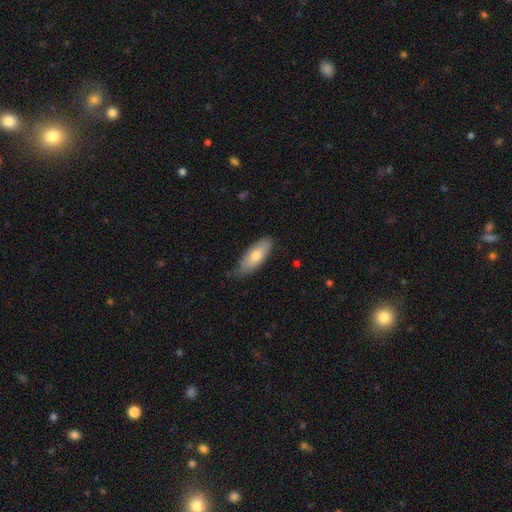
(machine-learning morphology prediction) smooth_or_featured: smooth (p=0.74) [alt: featured or disk p=0.20]
how_rounded: in between (p=0.73) [alt: cigar-shaped p=0.25]
merging: none (p=0.71) [alt: minor disturbance p=0.24]